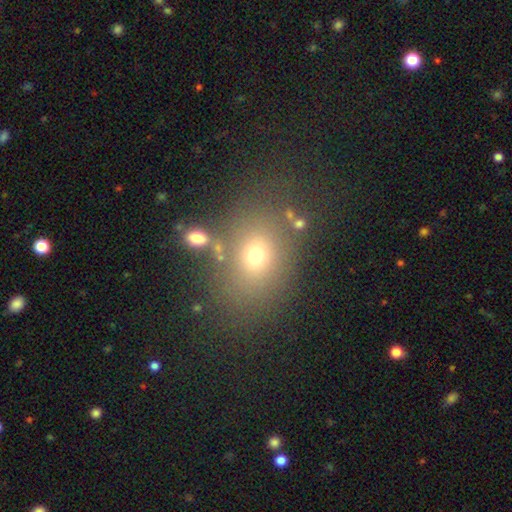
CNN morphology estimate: The model was most divided on "how rounded": in between: 60%, round: 39%, cigar-shaped: 1%. More confident: merging — none (74%); smooth or featured — smooth (67%).